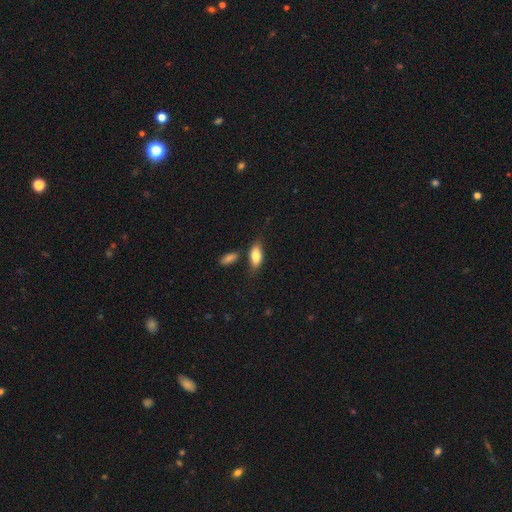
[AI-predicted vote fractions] Smooth or featured?
  - smooth: 80% *
  - featured or disk: 13%
  - star or artifact: 7%
How rounded?
  - in between: 86% *
  - cigar-shaped: 10%
  - round: 4%
Merging?
  - none: 71% *
  - minor disturbance: 16%
  - merger: 8%
  - major disturbance: 4%